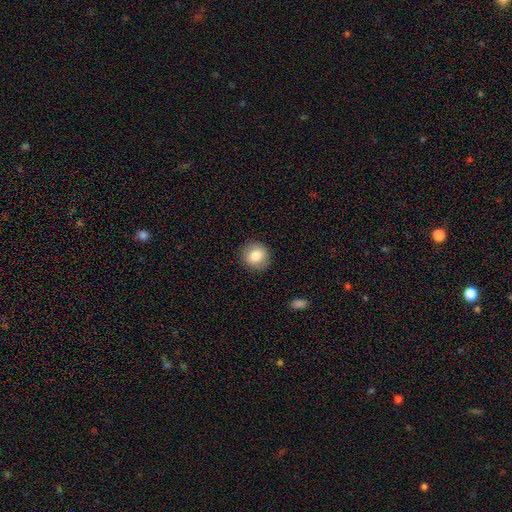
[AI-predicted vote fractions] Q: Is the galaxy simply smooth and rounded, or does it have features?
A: smooth — 83%.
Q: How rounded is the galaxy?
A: round — 88%.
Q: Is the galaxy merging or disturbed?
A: none — 90%.